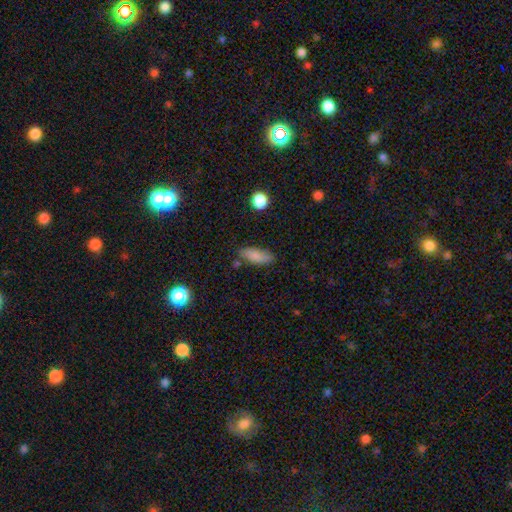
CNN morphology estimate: Q: Smooth or featured?
A: smooth (84%); runner-up: featured or disk (8%)
Q: How rounded?
A: in between (72%); runner-up: cigar-shaped (25%)
Q: Merging?
A: none (75%); runner-up: minor disturbance (17%)